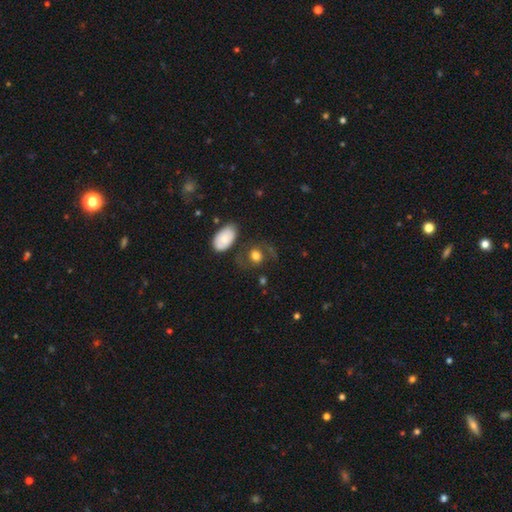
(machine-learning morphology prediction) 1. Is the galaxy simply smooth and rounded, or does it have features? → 62% smooth, 28% featured or disk, 10% star or artifact.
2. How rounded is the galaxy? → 63% round, 35% in between, 2% cigar-shaped.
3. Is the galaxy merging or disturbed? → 60% none, 17% minor disturbance, 16% major disturbance, 7% merger.